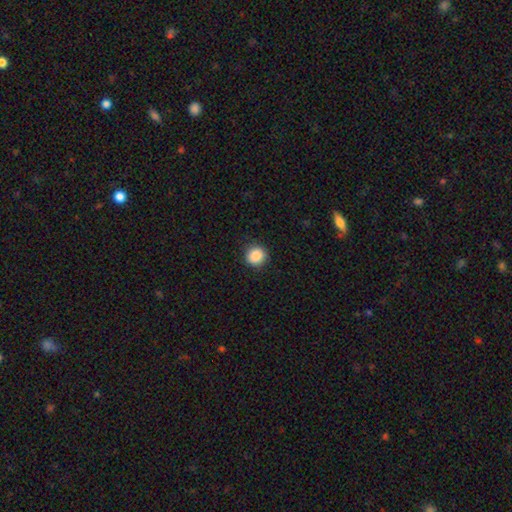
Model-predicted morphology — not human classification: Smooth or featured: smooth — 87% (star or artifact — 9%)
How rounded: round — 90% (in between — 9%)
Merging: none — 90% (minor disturbance — 7%)